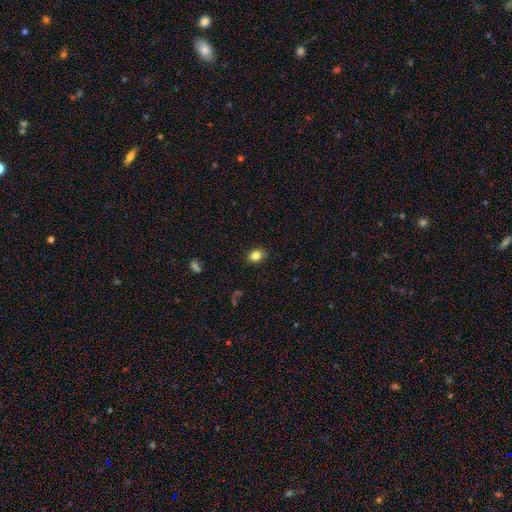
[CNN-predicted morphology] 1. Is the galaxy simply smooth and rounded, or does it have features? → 83% smooth, 10% star or artifact, 6% featured or disk.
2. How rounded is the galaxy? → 56% in between, 43% round, 1% cigar-shaped.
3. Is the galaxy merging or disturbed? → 89% none, 8% minor disturbance, 2% major disturbance, 1% merger.